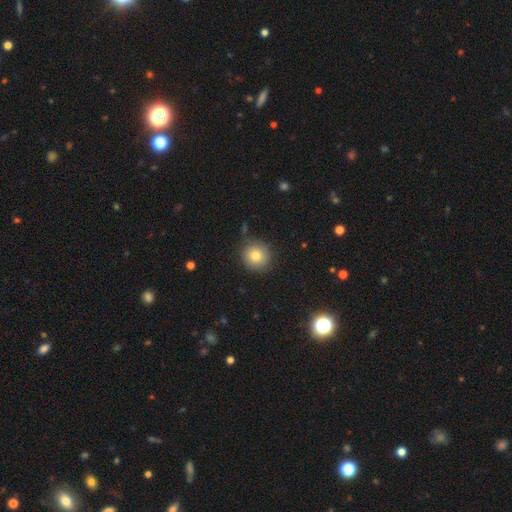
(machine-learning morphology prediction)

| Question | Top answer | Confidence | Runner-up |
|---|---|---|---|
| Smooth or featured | smooth | 80% | star or artifact (10%) |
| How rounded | round | 93% | in between (6%) |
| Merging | none | 86% | minor disturbance (10%) |